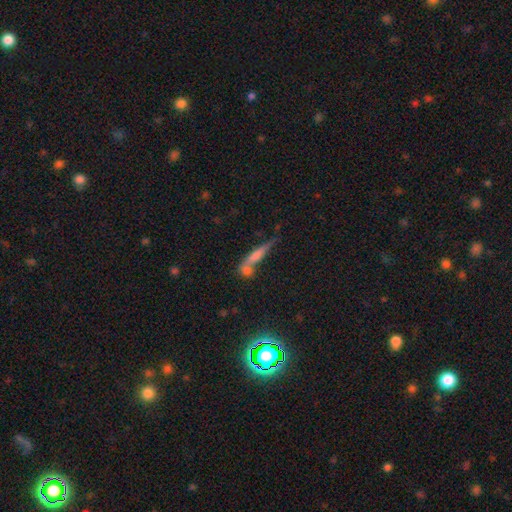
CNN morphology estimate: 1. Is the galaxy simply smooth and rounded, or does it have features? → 45% smooth, 37% featured or disk, 18% star or artifact.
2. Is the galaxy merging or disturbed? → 43% none, 35% merger, 14% minor disturbance, 8% major disturbance.